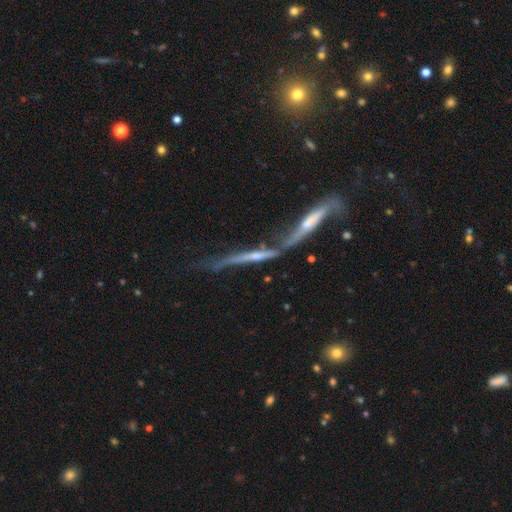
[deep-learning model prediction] Overall: featured or disk (69%). Edge-on disk: yes (82%). Edge-on bulge: rounded (54%; none 32%). Merging: merger (52%; none 25%).